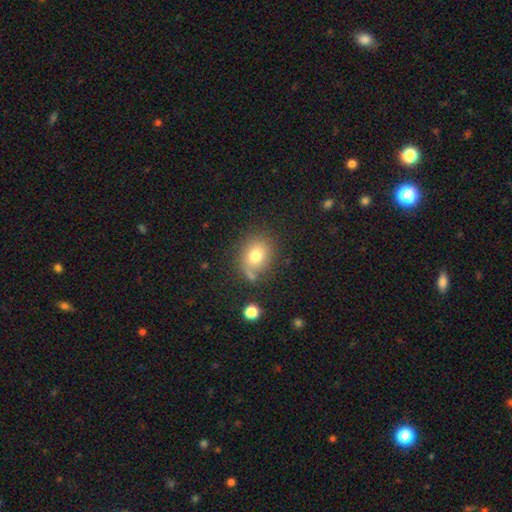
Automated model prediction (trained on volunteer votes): This appears to be a smooth galaxy with no disk features (76%) that is round (56%). Merging: none (66%).